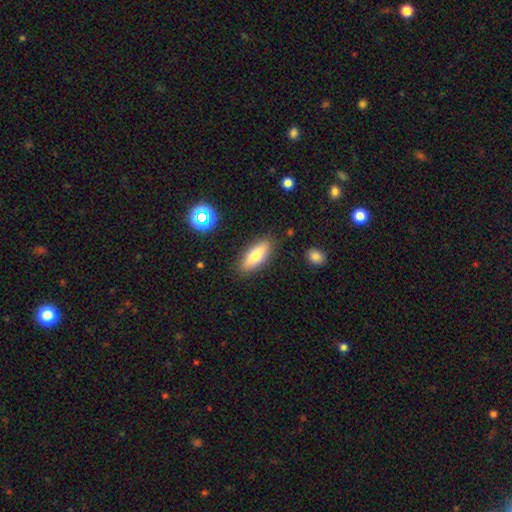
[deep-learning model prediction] A smooth galaxy with no disk features (73%) that is in between round and cigar-shaped (74%). Merging: none (85%).